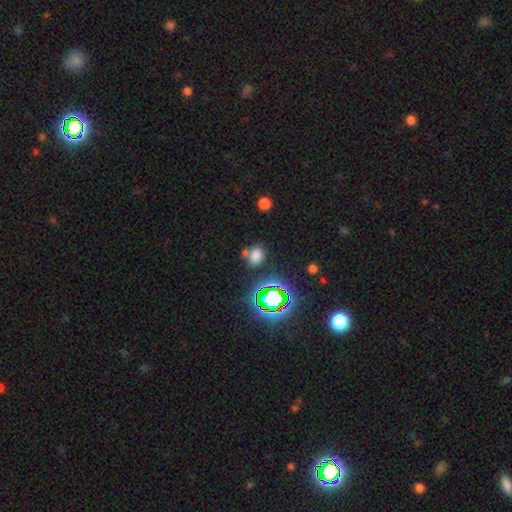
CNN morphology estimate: The model was most divided on "how rounded": in between: 50%, round: 48%, cigar-shaped: 1%. More confident: smooth or featured — smooth (69%); merging — none (68%).